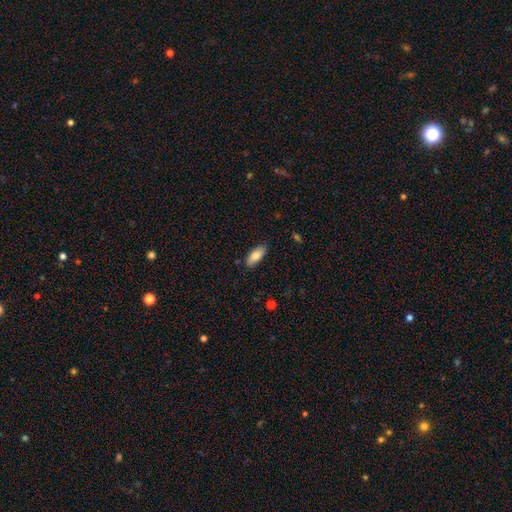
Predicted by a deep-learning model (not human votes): Smooth or featured? smooth (81%)
How rounded? in between (82%)
Merging? none (86%)